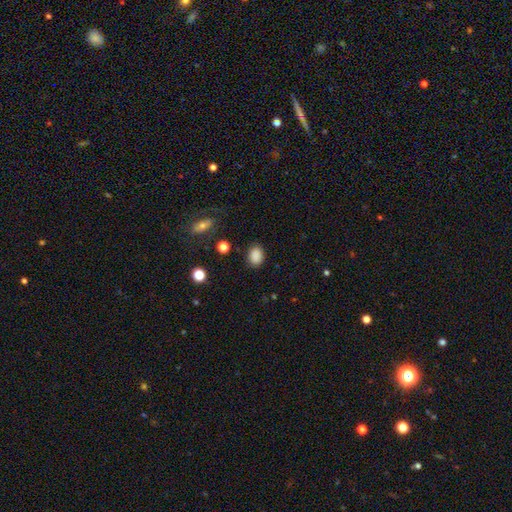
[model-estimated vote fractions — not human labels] This appears to be a smooth galaxy with no disk features (86%) that is in between round and cigar-shaped (68%). Merging: none (84%).